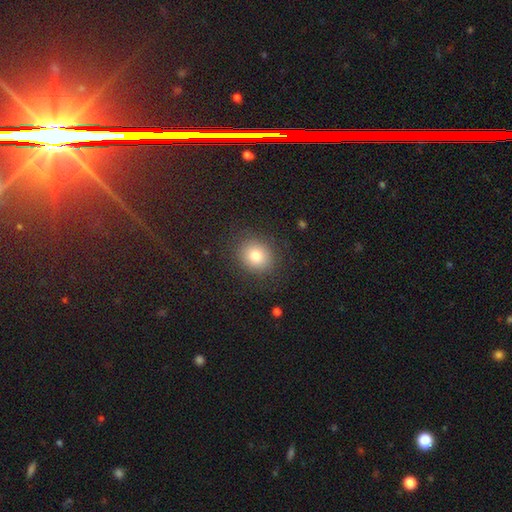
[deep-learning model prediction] Smooth or featured?
  - smooth: 79% *
  - star or artifact: 12%
  - featured or disk: 9%
How rounded?
  - round: 72% *
  - in between: 27%
  - cigar-shaped: 1%
Merging?
  - none: 86% *
  - minor disturbance: 9%
  - major disturbance: 4%
  - merger: 1%